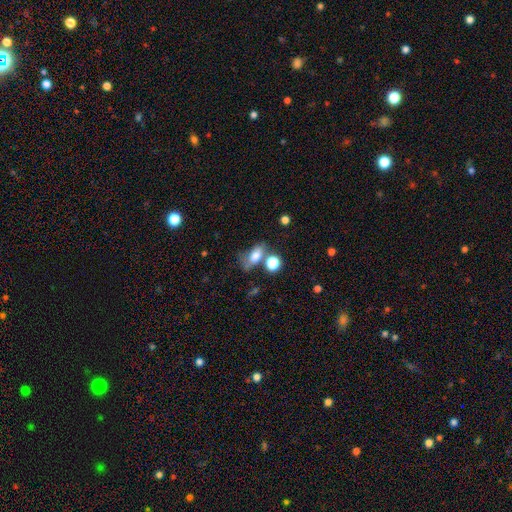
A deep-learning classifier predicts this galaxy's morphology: type=smooth (71%); roundness=in between (80%); merging=none (39%).